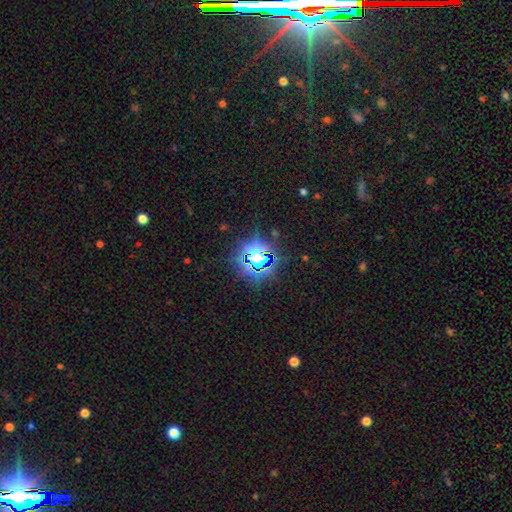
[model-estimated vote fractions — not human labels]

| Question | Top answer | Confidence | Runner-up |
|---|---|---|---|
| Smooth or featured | star or artifact | 72% | smooth (19%) |